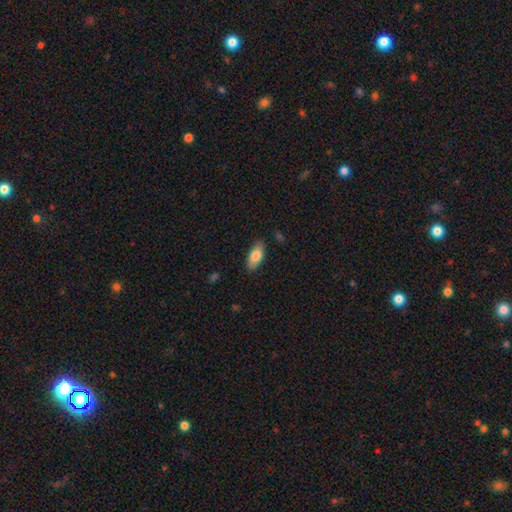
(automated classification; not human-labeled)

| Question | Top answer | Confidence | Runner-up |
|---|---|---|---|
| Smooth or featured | smooth | 81% | featured or disk (13%) |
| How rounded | in between | 85% | cigar-shaped (12%) |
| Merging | none | 85% | minor disturbance (11%) |